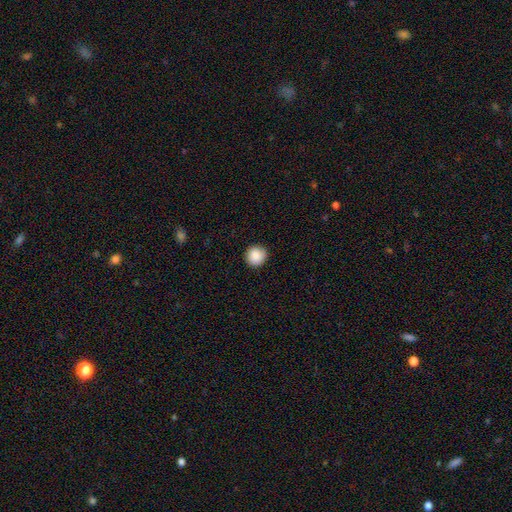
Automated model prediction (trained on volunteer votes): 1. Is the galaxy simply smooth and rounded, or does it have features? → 88% smooth, 8% star or artifact, 4% featured or disk.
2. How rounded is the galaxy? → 92% round, 7% in between, 1% cigar-shaped.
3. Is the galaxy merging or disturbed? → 90% none, 7% minor disturbance, 2% major disturbance, 1% merger.